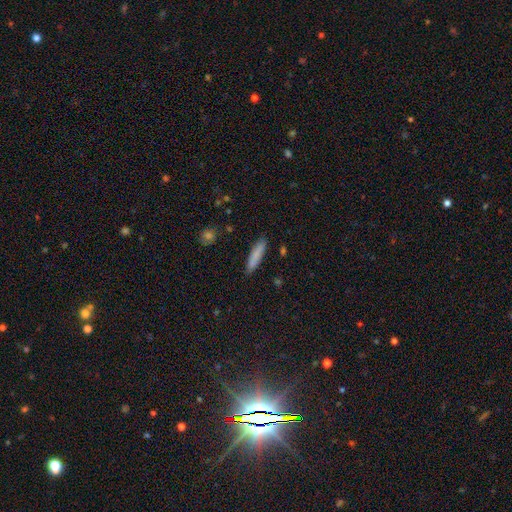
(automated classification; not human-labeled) Smooth or featured: smooth — 82% (featured or disk — 11%)
How rounded: cigar-shaped — 84% (in between — 14%)
Merging: none — 87% (minor disturbance — 10%)